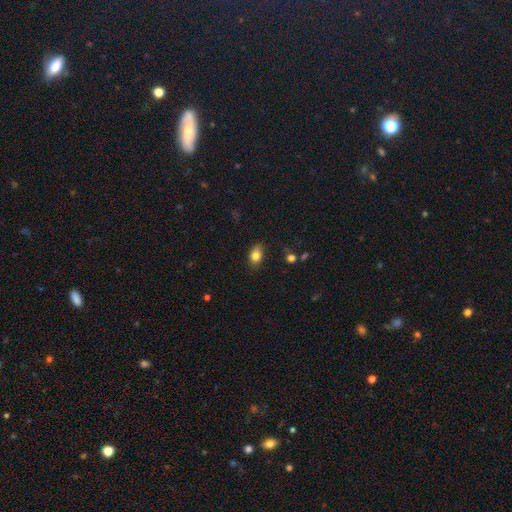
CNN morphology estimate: type=smooth (82%); roundness=in between (78%); merging=none (80%).